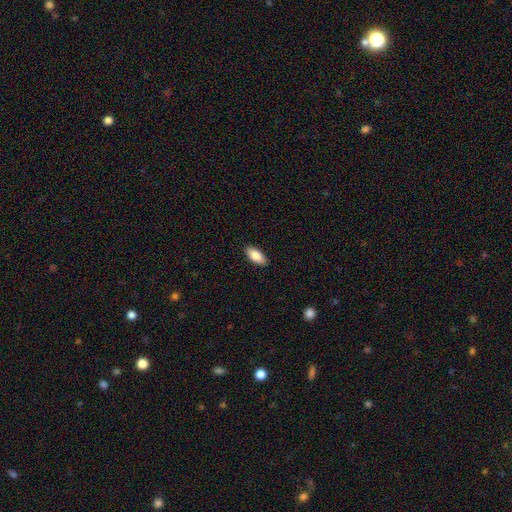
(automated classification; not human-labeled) The model was most divided on "smooth or featured": smooth: 86%, featured or disk: 8%, star or artifact: 6%. More confident: merging — none (89%); how rounded — in between (88%).